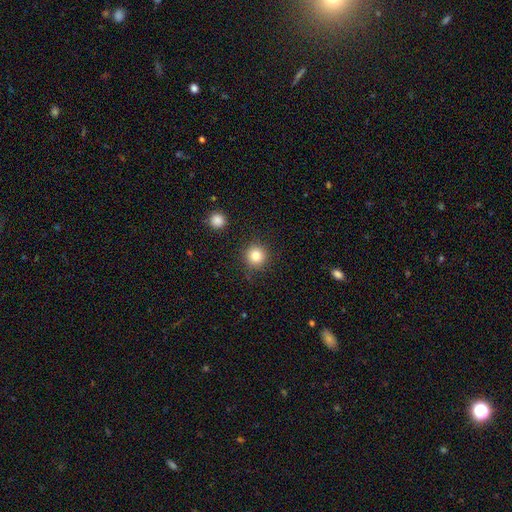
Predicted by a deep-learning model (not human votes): Smooth or featured?
  - smooth: 82% *
  - star or artifact: 11%
  - featured or disk: 7%
How rounded?
  - round: 94% *
  - in between: 5%
  - cigar-shaped: 1%
Merging?
  - none: 87% *
  - minor disturbance: 8%
  - major disturbance: 3%
  - merger: 2%